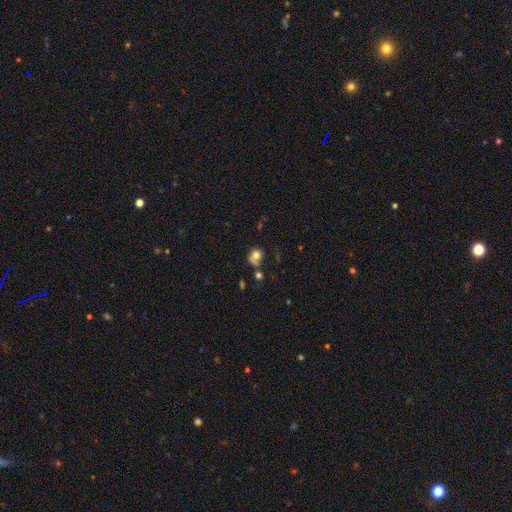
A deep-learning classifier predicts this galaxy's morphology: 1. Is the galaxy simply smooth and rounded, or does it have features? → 71% smooth, 16% featured or disk, 12% star or artifact.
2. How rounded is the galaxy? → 75% round, 24% in between, 1% cigar-shaped.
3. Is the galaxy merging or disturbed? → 43% none, 26% merger, 17% minor disturbance, 14% major disturbance.